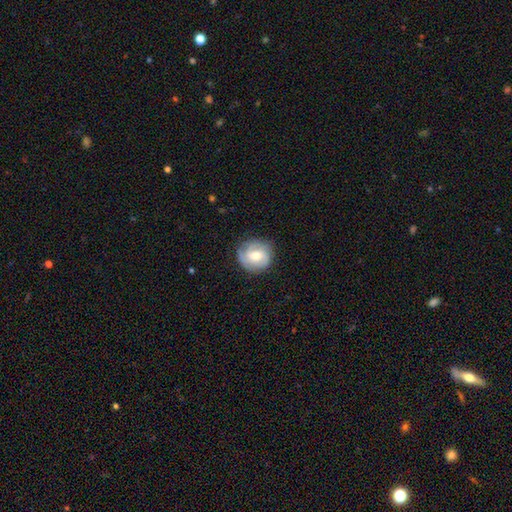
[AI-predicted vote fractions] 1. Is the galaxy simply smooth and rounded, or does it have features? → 69% featured or disk, 25% smooth, 6% star or artifact.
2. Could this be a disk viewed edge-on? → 98% no, 2% yes.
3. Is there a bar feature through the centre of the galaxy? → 52% no, 39% weak, 9% strong.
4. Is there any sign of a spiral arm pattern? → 92% yes, 8% no.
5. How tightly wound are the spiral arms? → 59% tight, 31% medium, 10% loose.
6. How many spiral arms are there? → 38% 2, 26% 3, 21% can't tell, 7% 1, 4% 4, 3% more than 4.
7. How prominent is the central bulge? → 63% moderate, 31% small, 4% large, 1% none, 1% dominant.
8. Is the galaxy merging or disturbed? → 77% none, 16% minor disturbance, 6% major disturbance, 1% merger.